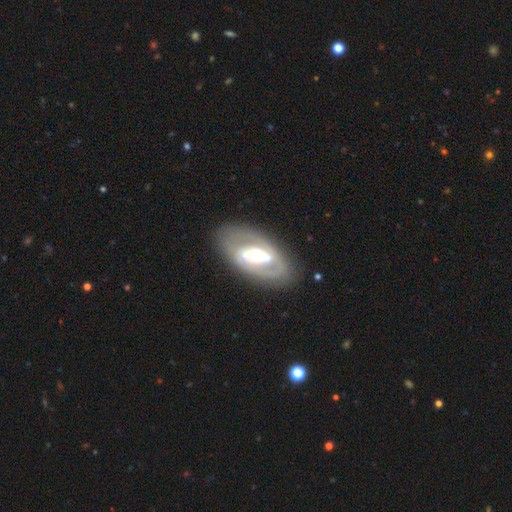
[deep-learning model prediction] Smooth or featured: featured or disk — 74% (smooth — 21%)
Edge-on disk: no — 91% (yes — 9%)
Bar: no — 43% (strong — 29%)
Spiral arms: no — 57% (yes — 43%)
Bulge size: moderate — 67% (large — 19%)
Merging: none — 77% (minor disturbance — 13%)